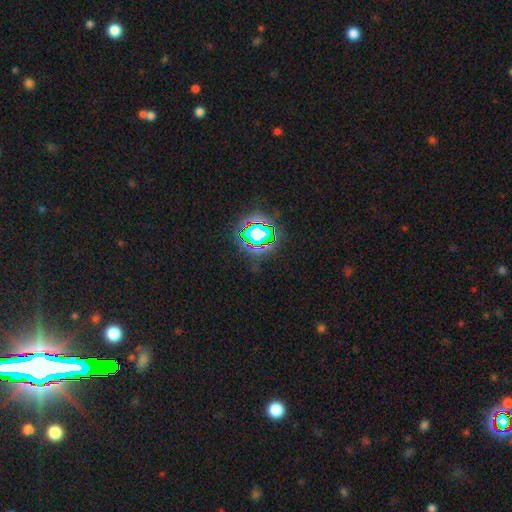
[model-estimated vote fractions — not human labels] Smooth or featured?
  - star or artifact: 81% *
  - smooth: 12%
  - featured or disk: 7%